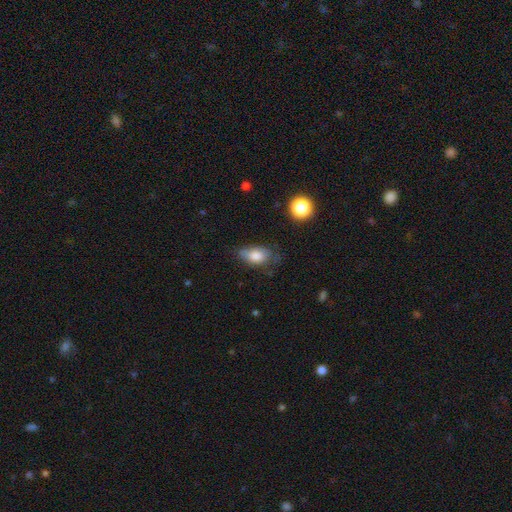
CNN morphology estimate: Overall: smooth (76%). How rounded: in between (89%). Merging: none (52%; minor disturbance 34%).